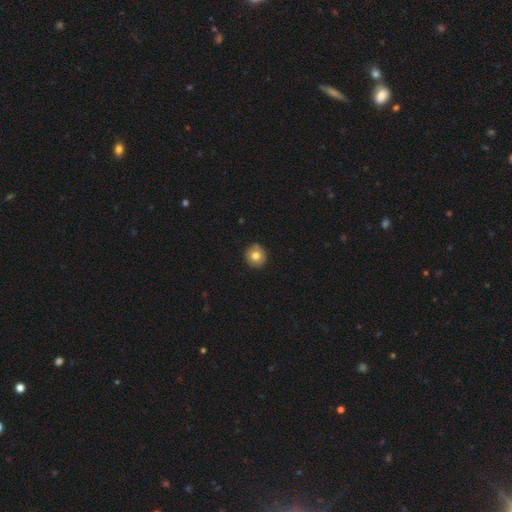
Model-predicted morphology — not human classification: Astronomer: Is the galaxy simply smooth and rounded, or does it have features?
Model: smooth — 78%.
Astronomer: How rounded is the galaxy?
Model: round — 93%.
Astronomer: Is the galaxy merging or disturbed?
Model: none — 90%.